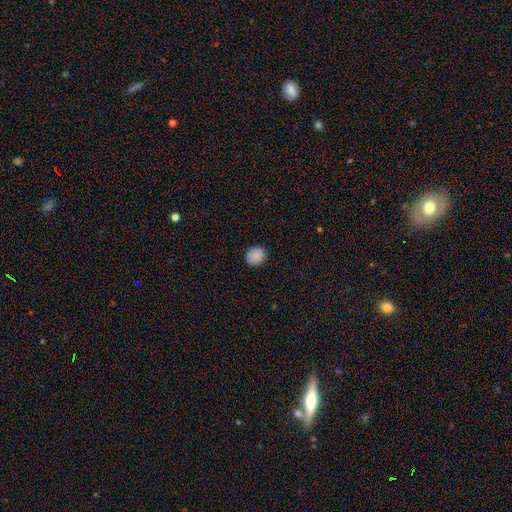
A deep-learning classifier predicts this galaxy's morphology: Smooth or featured? smooth (87%)
How rounded? round (82%)
Merging? none (87%)